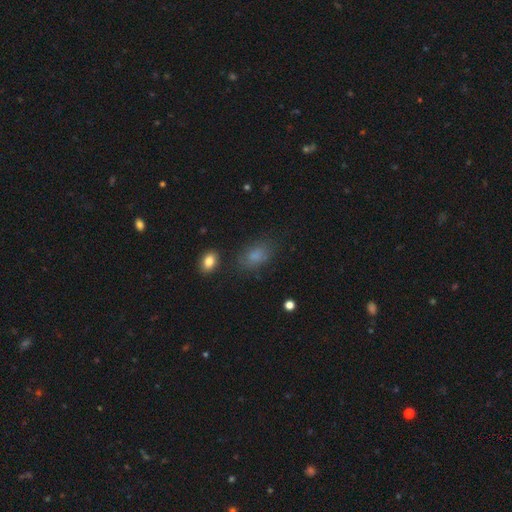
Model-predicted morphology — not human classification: Smooth or featured? Predicted: smooth (p=0.76). How rounded? Predicted: in between (p=0.84). Merging? Predicted: none (p=0.73).